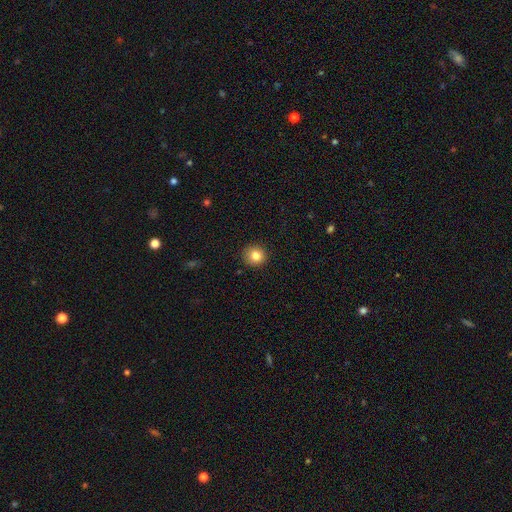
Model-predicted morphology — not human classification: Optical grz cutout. It shows a smooth galaxy with no disk features (83%) that is round (91%). Merging: none (91%).